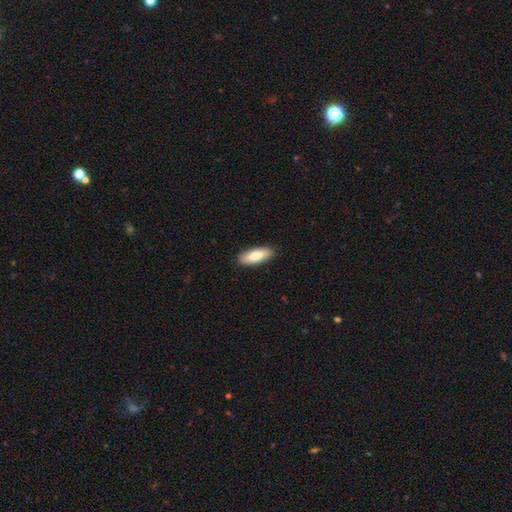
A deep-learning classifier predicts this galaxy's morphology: smooth 82%, featured or disk 13%, star or artifact 5%. Down the decision tree: how rounded — in between (69%); merging — none (89%).